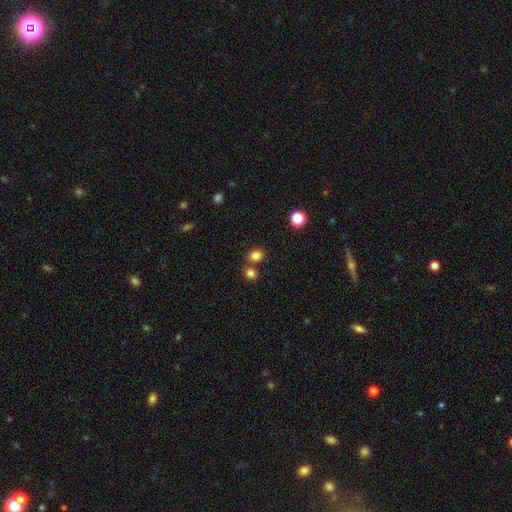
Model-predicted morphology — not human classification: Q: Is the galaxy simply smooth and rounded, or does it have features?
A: smooth — 83%.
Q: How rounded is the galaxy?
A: round — 58%.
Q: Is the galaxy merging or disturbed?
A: none — 66%.